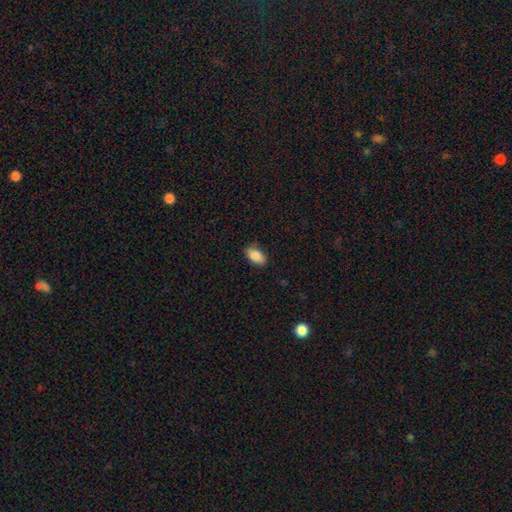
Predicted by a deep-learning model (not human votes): A smooth galaxy with no disk features (85%) that is in between round and cigar-shaped (92%).

Vote fractions:
- Smooth or featured? smooth: 85% / featured or disk: 8% / star or artifact: 7%
- How rounded? in between: 92% / round: 5% / cigar-shaped: 3%
- Merging? none: 84% / minor disturbance: 13% / major disturbance: 2% / merger: 1%